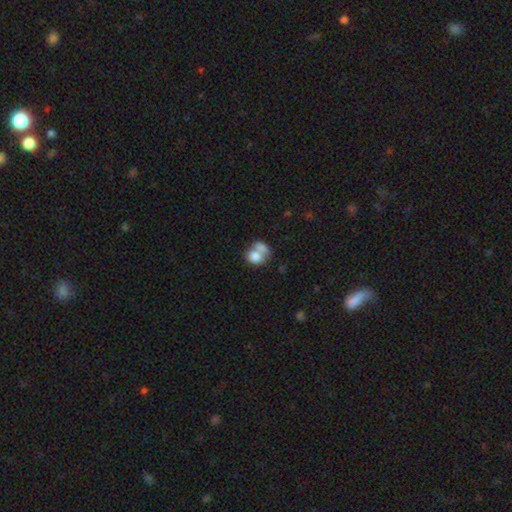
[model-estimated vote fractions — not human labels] A smooth galaxy with no disk features (76%) that is in between round and cigar-shaped (51%).

Vote fractions:
- Smooth or featured? smooth: 76% / featured or disk: 15% / star or artifact: 8%
- How rounded? in between: 51% / round: 48% / cigar-shaped: 1%
- Merging? merger: 62% / none: 23% / minor disturbance: 8% / major disturbance: 6%